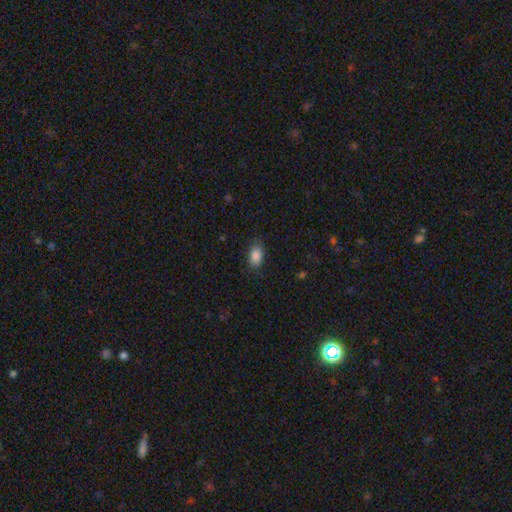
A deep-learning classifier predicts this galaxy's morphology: Smooth or featured?
  - smooth: 88% *
  - star or artifact: 8%
  - featured or disk: 4%
How rounded?
  - in between: 90% *
  - round: 8%
  - cigar-shaped: 2%
Merging?
  - none: 82% *
  - minor disturbance: 14%
  - major disturbance: 4%
  - merger: 1%